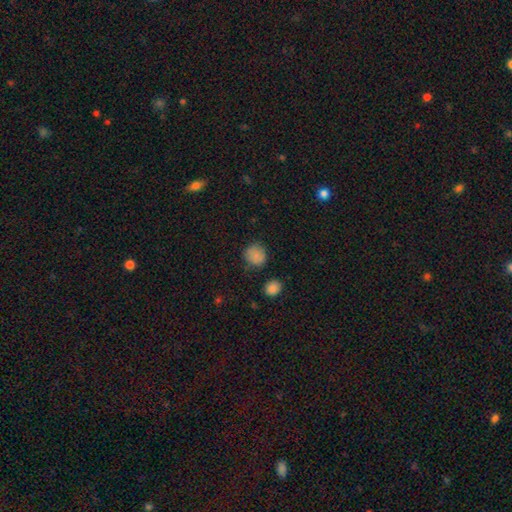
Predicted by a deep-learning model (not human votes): Smooth or featured: smooth — 83% (star or artifact — 11%)
How rounded: round — 83% (in between — 16%)
Merging: none — 77% (minor disturbance — 16%)